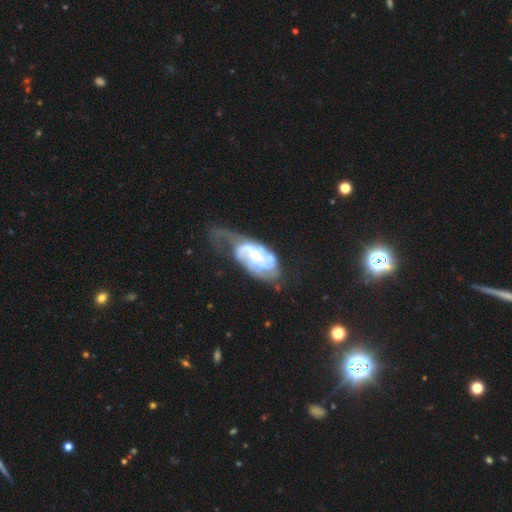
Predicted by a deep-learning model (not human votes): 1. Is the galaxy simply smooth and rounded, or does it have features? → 79% featured or disk, 15% smooth, 7% star or artifact.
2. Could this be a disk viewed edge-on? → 96% no, 4% yes.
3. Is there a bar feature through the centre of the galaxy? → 64% no, 29% weak, 7% strong.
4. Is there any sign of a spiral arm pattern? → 89% yes, 11% no.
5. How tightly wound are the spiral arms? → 42% tight, 37% medium, 21% loose.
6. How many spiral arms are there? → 33% can't tell, 31% 2, 15% 3, 10% 1, 6% 4, 4% more than 4.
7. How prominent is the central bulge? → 35% small, 27% moderate, 25% none, 11% large, 3% dominant.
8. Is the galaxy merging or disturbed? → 47% major disturbance, 24% minor disturbance, 23% none, 6% merger.